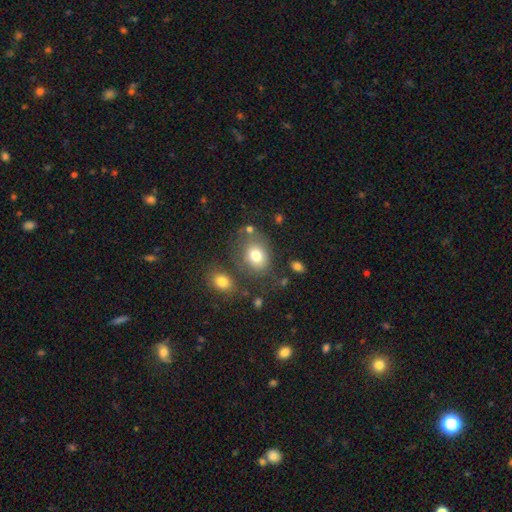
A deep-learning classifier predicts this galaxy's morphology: A smooth galaxy with no disk features (77%) that is in between round and cigar-shaped (55%). Merging: none (62%).